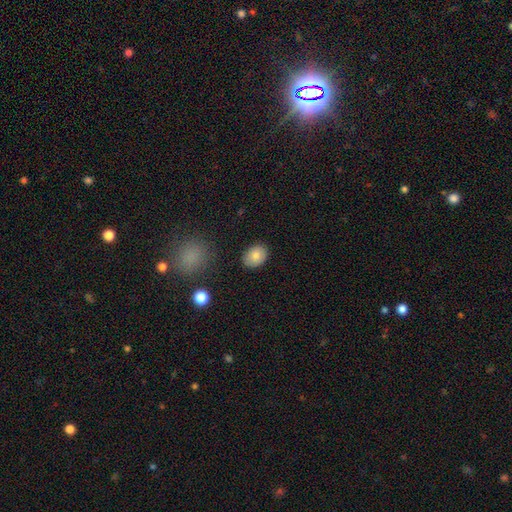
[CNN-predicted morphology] The model was most divided on "how rounded": in between: 72%, round: 27%, cigar-shaped: 1%. More confident: merging — none (86%); smooth or featured — smooth (82%).